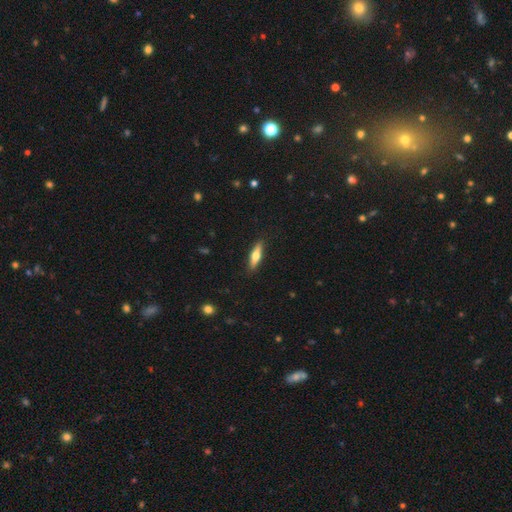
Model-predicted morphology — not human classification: smooth 53%, featured or disk 41%, star or artifact 6%. Down the decision tree: how rounded — cigar-shaped (68%); merging — none (89%).